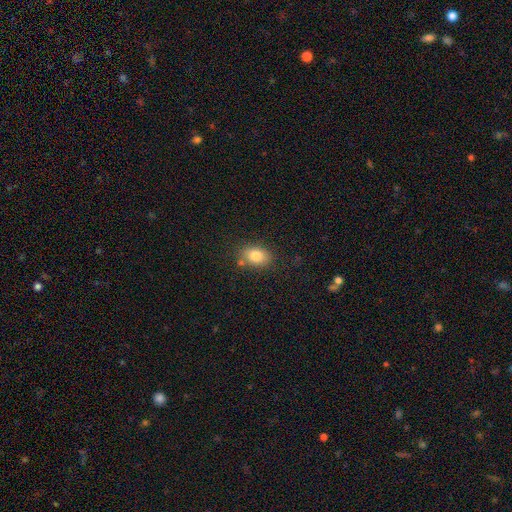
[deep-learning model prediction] smooth-or-featured: smooth: 81% | featured or disk: 9% | star or artifact: 9%
  how-rounded: in between: 74% | round: 24% | cigar-shaped: 1%
  merging: none: 77% | minor disturbance: 14% | merger: 5% | major disturbance: 4%